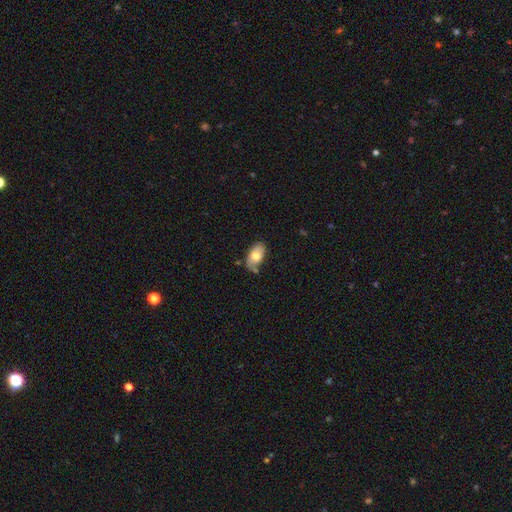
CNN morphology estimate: smooth-or-featured: smooth: 66% | featured or disk: 27% | star or artifact: 7%
  how-rounded: in between: 93% | round: 5% | cigar-shaped: 2%
  merging: none: 56% | minor disturbance: 29% | major disturbance: 8% | merger: 7%